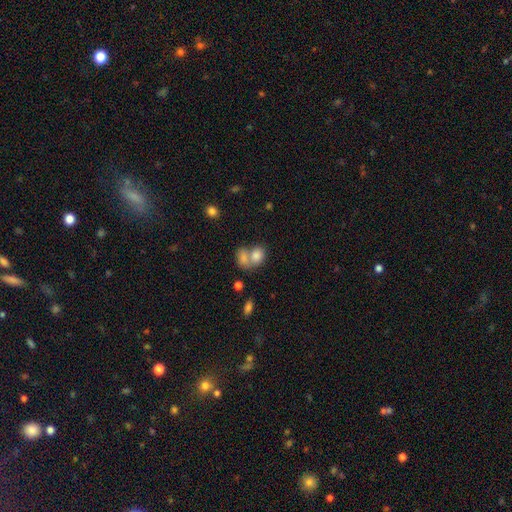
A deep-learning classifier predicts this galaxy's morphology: Smooth or featured? smooth (80%)
How rounded? in between (67%)
Merging? merger (62%)